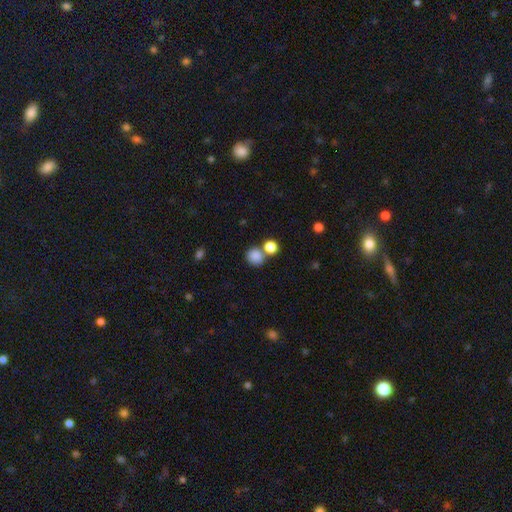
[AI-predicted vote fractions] smooth 84%, star or artifact 11%, featured or disk 5%. Down the decision tree: how rounded — round (83%); merging — none (62%).